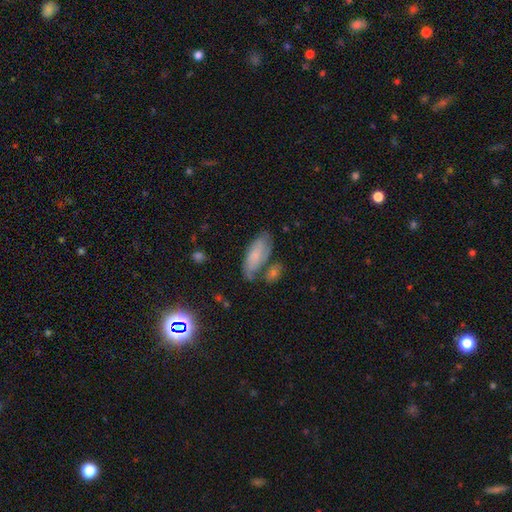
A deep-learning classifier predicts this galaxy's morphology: smooth-or-featured: smooth: 64% | featured or disk: 27% | star or artifact: 9%
  how-rounded: in between: 79% | cigar-shaped: 18% | round: 3%
  merging: none: 53% | minor disturbance: 22% | merger: 16% | major disturbance: 9%